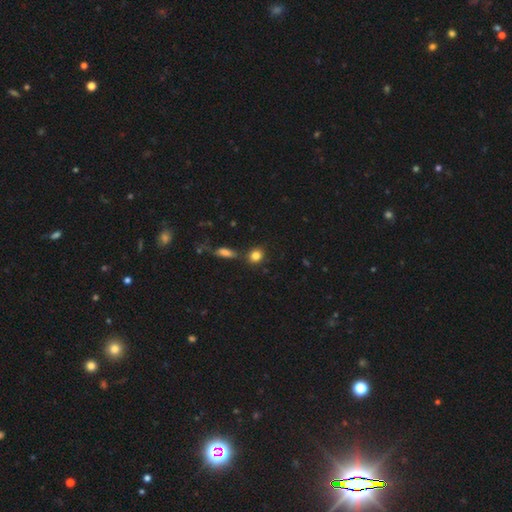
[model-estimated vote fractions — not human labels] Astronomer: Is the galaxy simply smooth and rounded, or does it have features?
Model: smooth — 83%.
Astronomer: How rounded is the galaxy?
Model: round — 63%.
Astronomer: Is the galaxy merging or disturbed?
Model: none — 72%.